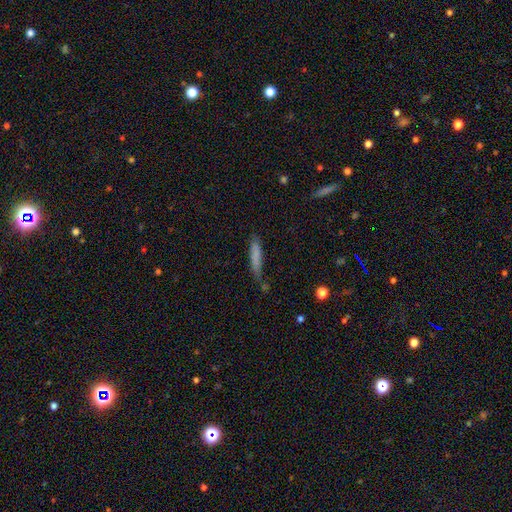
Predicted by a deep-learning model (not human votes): Smooth or featured? smooth (77%)
How rounded? cigar-shaped (87%)
Merging? none (62%)